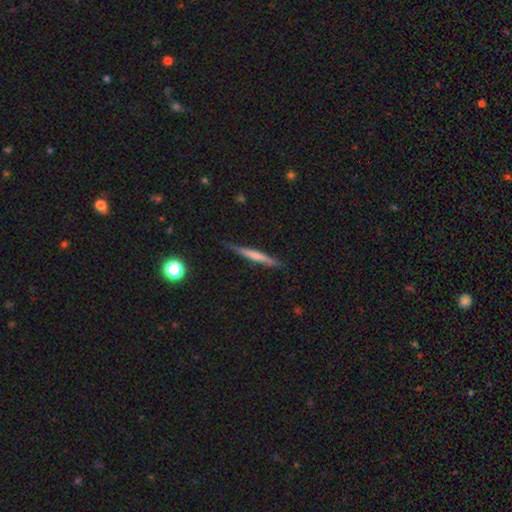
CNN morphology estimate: Smooth or featured? Predicted: smooth (p=0.52). How rounded? Predicted: cigar-shaped (p=0.95). Merging? Predicted: none (p=0.84).